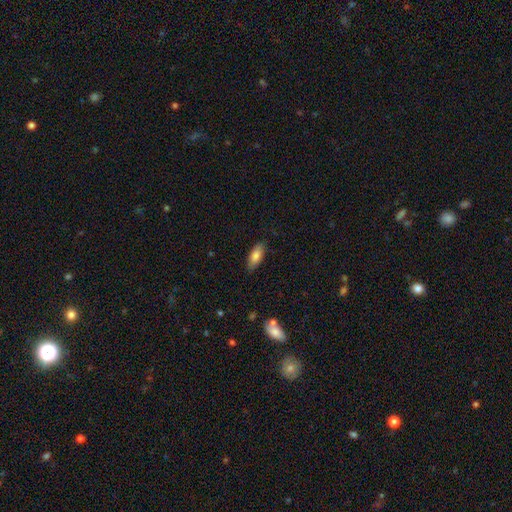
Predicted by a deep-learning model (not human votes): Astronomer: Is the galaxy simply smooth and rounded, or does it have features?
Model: smooth — 80%.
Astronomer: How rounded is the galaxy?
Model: in between — 78%.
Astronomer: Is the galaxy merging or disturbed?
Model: none — 85%.